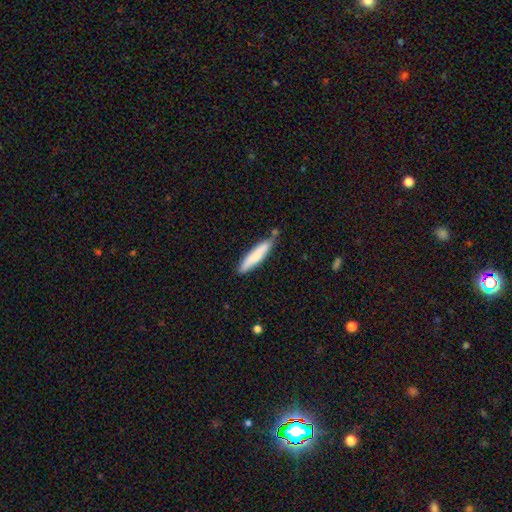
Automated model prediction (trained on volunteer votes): A smooth galaxy with no disk features (76%) that is cigar-shaped (89%).

Vote fractions:
- Smooth or featured? smooth: 76% / featured or disk: 18% / star or artifact: 5%
- How rounded? cigar-shaped: 89% / in between: 10% / round: 1%
- Merging? none: 74% / minor disturbance: 17% / merger: 6% / major disturbance: 3%